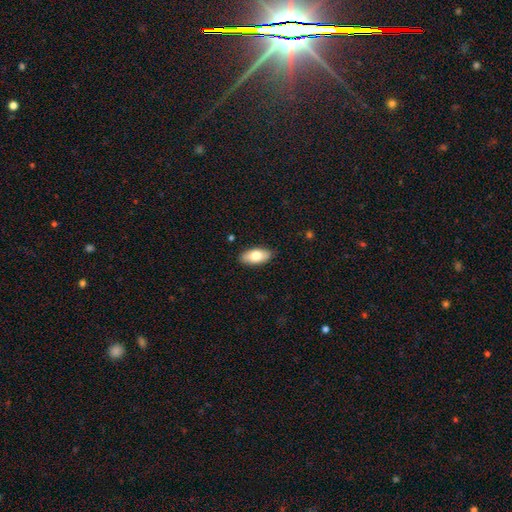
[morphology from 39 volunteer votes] Smooth or featured?
  - smooth: 69% *
  - featured or disk: 26%
  - star or artifact: 5%
How rounded?
  - in between: 96% *
  - round: 4%
  - cigar-shaped: 0%
Merging?
  - none: 97% *
  - major disturbance: 3%
  - minor disturbance: 0%
  - merger: 0%